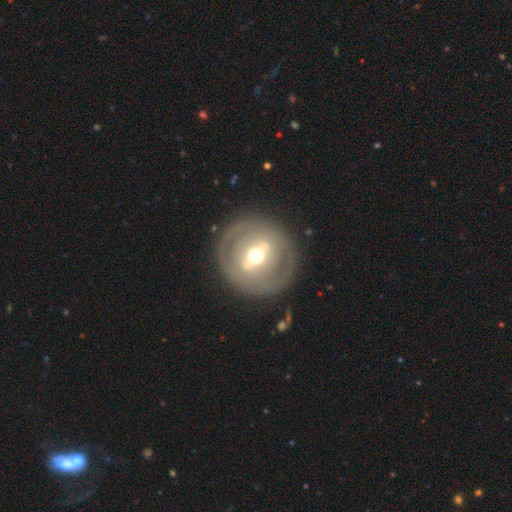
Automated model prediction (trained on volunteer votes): Overall: featured or disk (66%; smooth 27%). Edge-on disk: no (93%). Bar: weak (40%; strong 39%). Spiral arms: no (64%; yes 36%). Bulge size: moderate (71%). Merging: none (83%).